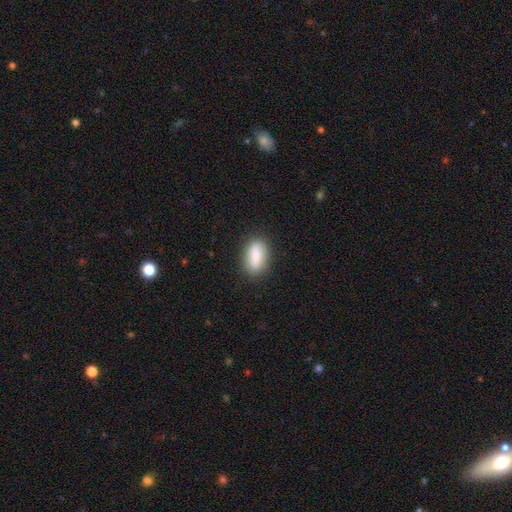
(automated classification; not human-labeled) This is clearly a smooth galaxy (81%). How rounded: clearly in between (82%). Merging: clearly none (83%).